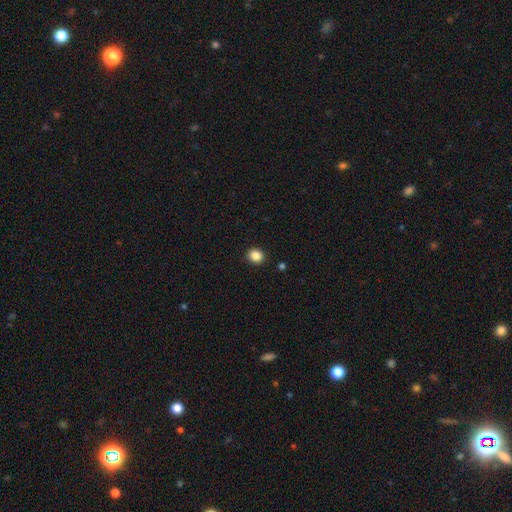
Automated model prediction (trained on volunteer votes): A smooth galaxy with no disk features (86%) that is round (82%).

Vote fractions:
- Smooth or featured? smooth: 86% / star or artifact: 10% / featured or disk: 4%
- How rounded? round: 82% / in between: 17% / cigar-shaped: 1%
- Merging? none: 92% / minor disturbance: 5% / major disturbance: 2% / merger: 1%